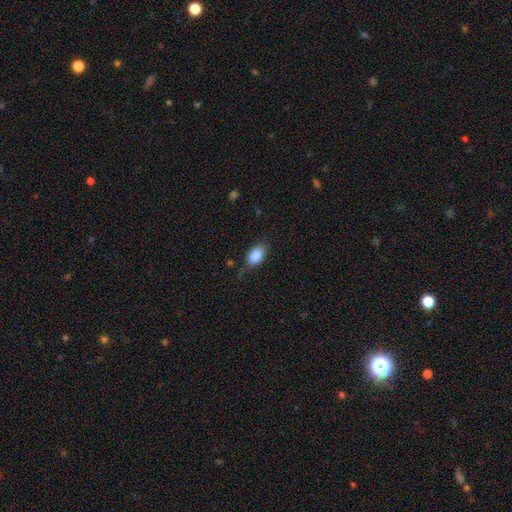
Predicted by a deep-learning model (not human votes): Smooth or featured? Predicted: smooth (p=0.87). How rounded? Predicted: in between (p=0.91). Merging? Predicted: none (p=0.70).